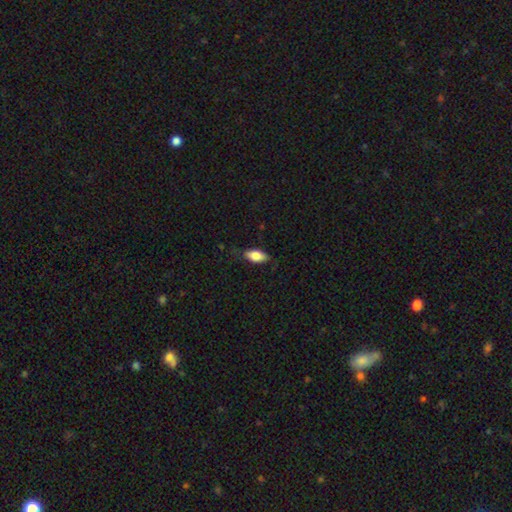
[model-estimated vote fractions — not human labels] smooth_or_featured: smooth (p=0.79) [alt: featured or disk p=0.15]
how_rounded: in between (p=0.86) [alt: cigar-shaped p=0.11]
merging: none (p=0.75) [alt: minor disturbance p=0.20]